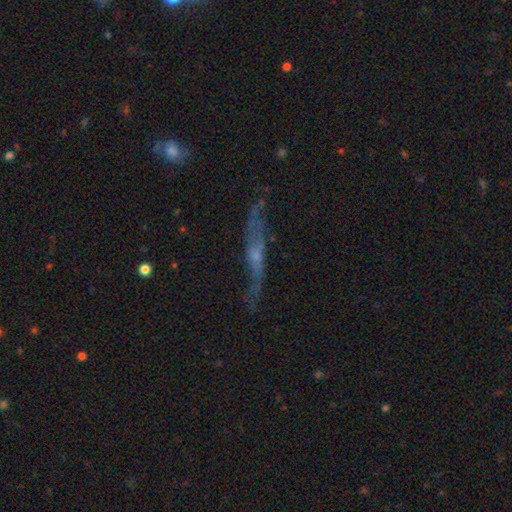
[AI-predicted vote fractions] smooth-or-featured: featured or disk: 61% | smooth: 29% | star or artifact: 10%
  disk-edge-on: yes: 63% | no: 37%
  merging: none: 58% | minor disturbance: 24% | major disturbance: 14% | merger: 4%